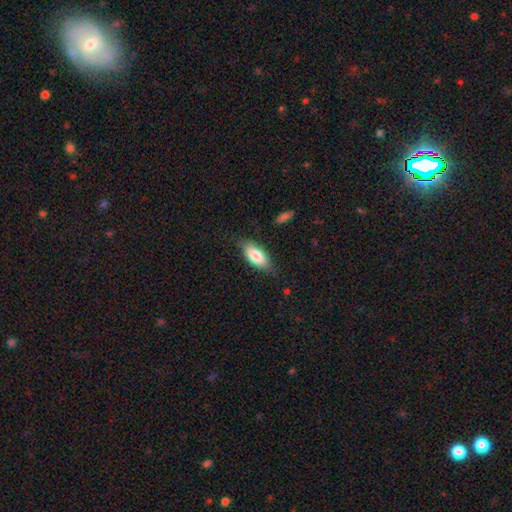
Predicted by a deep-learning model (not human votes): A smooth galaxy with no disk features (80%) that is in between round and cigar-shaped (85%).

Vote fractions:
- Smooth or featured? smooth: 80% / featured or disk: 14% / star or artifact: 6%
- How rounded? in between: 85% / cigar-shaped: 13% / round: 2%
- Merging? none: 76% / minor disturbance: 19% / major disturbance: 4% / merger: 2%